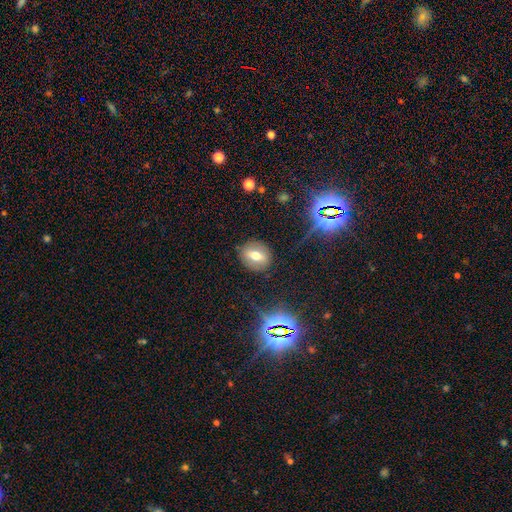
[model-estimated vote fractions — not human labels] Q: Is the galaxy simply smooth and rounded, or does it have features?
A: smooth — 53%.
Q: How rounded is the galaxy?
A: round — 56%.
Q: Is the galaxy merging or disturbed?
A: none — 85%.